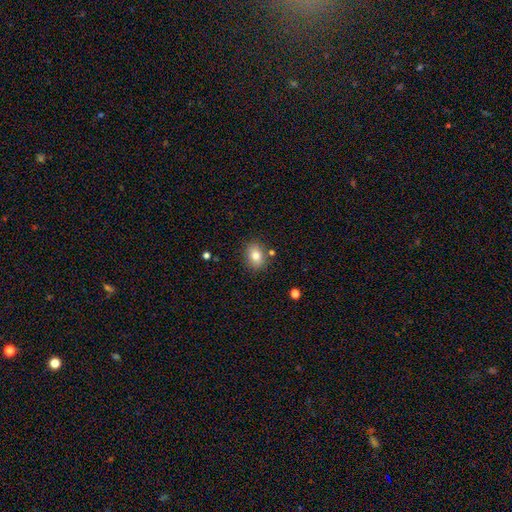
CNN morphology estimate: Smooth or featured: smooth — 80% (featured or disk — 10%)
How rounded: in between — 64% (round — 34%)
Merging: none — 82% (minor disturbance — 11%)